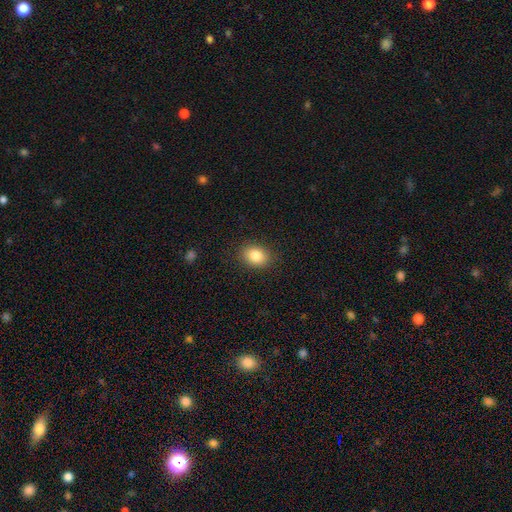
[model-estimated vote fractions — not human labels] This appears to be a smooth galaxy with no disk features (84%) that is in between round and cigar-shaped (61%). Merging: none (88%).